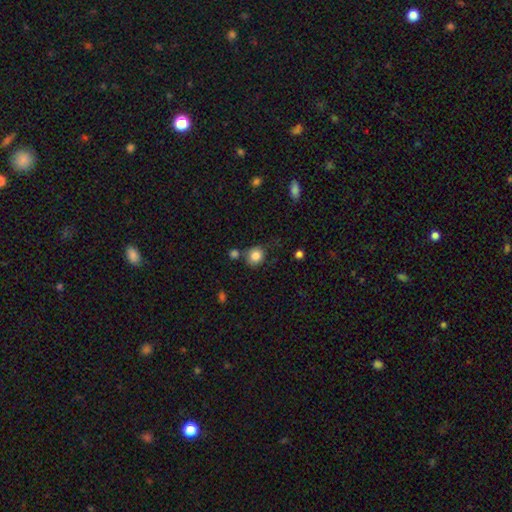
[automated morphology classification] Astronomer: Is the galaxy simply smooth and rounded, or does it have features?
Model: smooth — 85%.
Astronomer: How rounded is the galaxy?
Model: round — 80%.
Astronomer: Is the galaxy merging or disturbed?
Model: none — 69%.